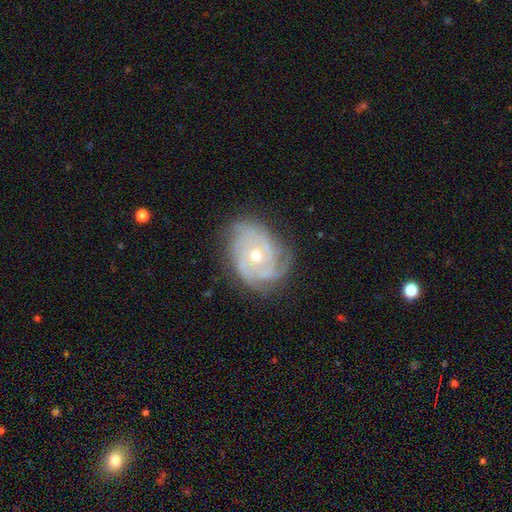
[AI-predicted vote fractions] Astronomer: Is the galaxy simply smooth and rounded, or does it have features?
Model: featured or disk — 84%.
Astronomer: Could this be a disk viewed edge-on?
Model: no — 97%.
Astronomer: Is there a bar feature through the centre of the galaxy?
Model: no — 80%.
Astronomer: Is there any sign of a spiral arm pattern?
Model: yes — 94%.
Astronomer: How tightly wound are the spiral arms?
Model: tight — 69%.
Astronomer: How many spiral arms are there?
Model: can't tell — 31% (runner-up: 3, 27%).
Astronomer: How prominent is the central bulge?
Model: moderate — 57% (runner-up: small, 40%).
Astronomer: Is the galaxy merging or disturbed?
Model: none — 69%.